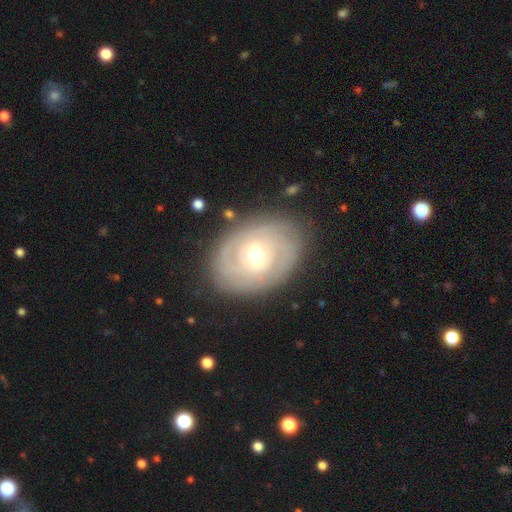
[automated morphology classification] featured or disk 79%, smooth 16%, star or artifact 6%. Down the decision tree: edge-on disk — no (96%); bar — weak (44%, tied with no); spiral arms — yes (85%); spiral arm count — can't tell (41%); spiral winding — tight (75%); bulge size — moderate (73%); merging — none (80%).